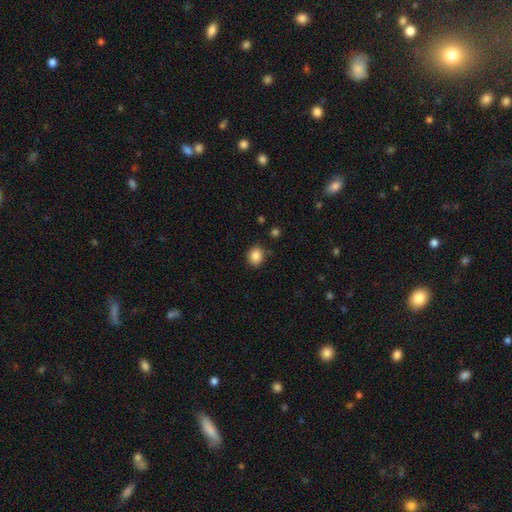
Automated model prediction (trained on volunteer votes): Morphology: type=smooth (86%); roundness=round (66%); merging=none (86%).